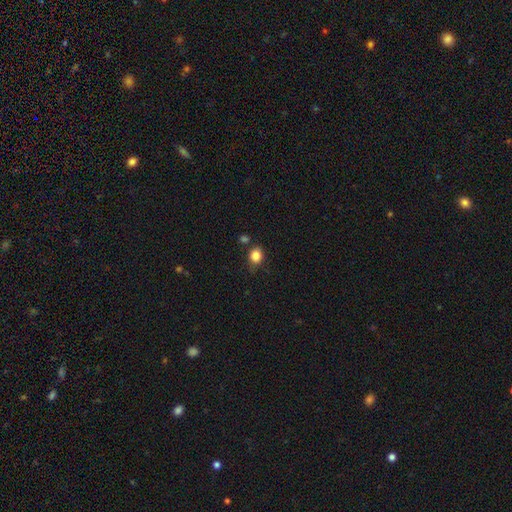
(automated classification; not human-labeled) smooth_or_featured: smooth (p=0.84) [alt: star or artifact p=0.11]
how_rounded: round (p=0.58) [alt: in between p=0.41]
merging: none (p=0.74) [alt: minor disturbance p=0.16]